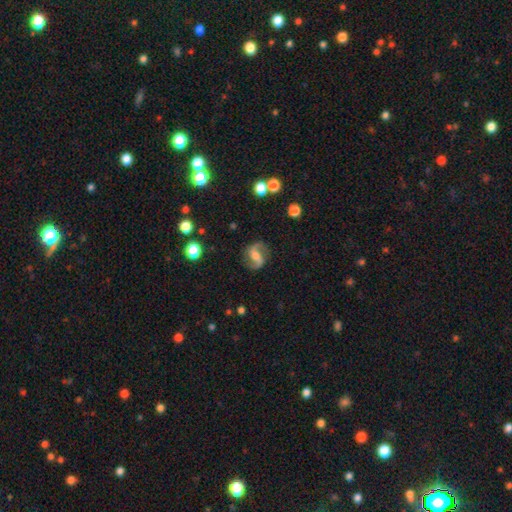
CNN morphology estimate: smooth-or-featured: featured or disk: 83% | smooth: 10% | star or artifact: 6%
  disk-edge-on: no: 97% | yes: 3%
    bar: weak: 41% | strong: 37% | no: 22%
    has-spiral-arms: yes: 96% | no: 4%
      spiral-winding: medium: 45% | loose: 43% | tight: 12%
      spiral-arm-count: 2: 93% | can't tell: 2% | 1: 2% | 3: 1% | 4: 1% | more than 4: 1%
    bulge-size: moderate: 48% | small: 37% | none: 7% | large: 6% | dominant: 1%
  merging: none: 82% | minor disturbance: 11% | major disturbance: 5% | merger: 1%